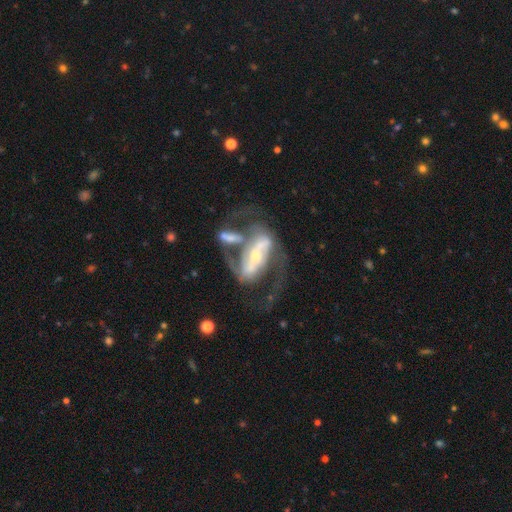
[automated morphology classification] A featured or disk galaxy (84%) with a strong bar (60%), 2 (84%) medium (43%) spiral arms (85%) and a small central bulge (56%).

Vote fractions:
- Smooth or featured? featured or disk: 84% / smooth: 10% / star or artifact: 6%
- Edge-on disk? no: 94% / yes: 6%
- Bar? strong: 60% / weak: 21% / no: 19%
- Spiral arms? yes: 85% / no: 15%
- Spiral winding? medium: 43% / loose: 40% / tight: 17%
- Spiral arm count? 2: 84% / can't tell: 8% / 1: 3% / 3: 2% / 4: 1% / more than 4: 1%
- Bulge size? small: 56% / moderate: 36% / large: 4% / none: 2% / dominant: 2%
- Merging? none: 33% / merger: 28% / major disturbance: 26% / minor disturbance: 13%